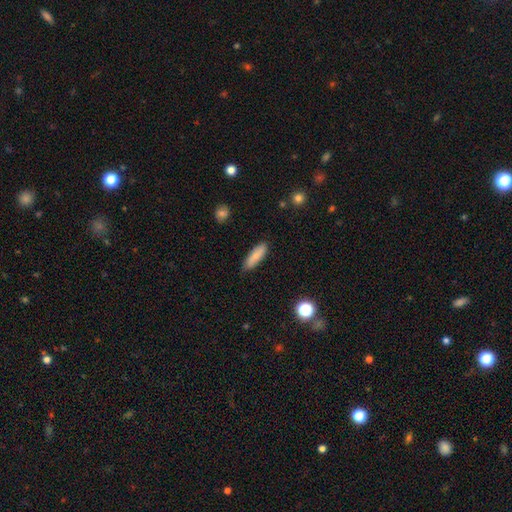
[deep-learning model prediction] This appears to be a smooth galaxy with no disk features (81%) that is cigar-shaped (53%). Merging: none (84%).